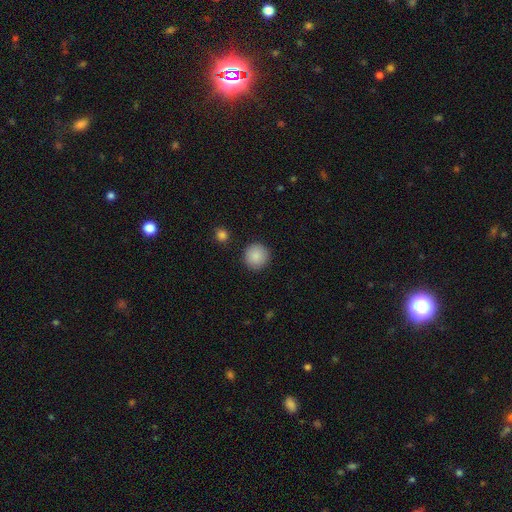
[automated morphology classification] smooth-or-featured: smooth: 89% | star or artifact: 8% | featured or disk: 4%
  how-rounded: round: 95% | in between: 4% | cigar-shaped: 1%
  merging: none: 91% | minor disturbance: 5% | major disturbance: 2% | merger: 1%